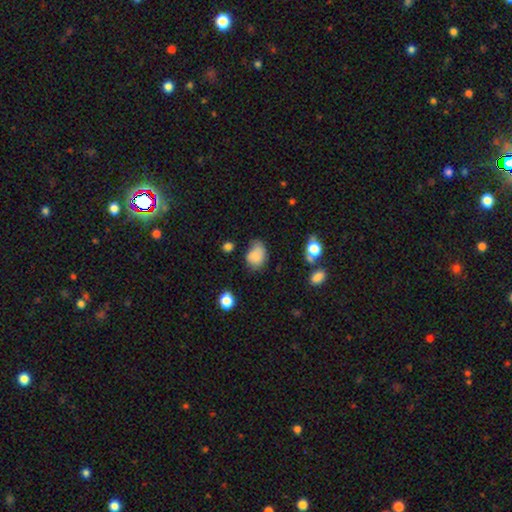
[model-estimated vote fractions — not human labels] This is likely a smooth galaxy (79%). How rounded: likely in between (65%). Merging: marginally none (45%).